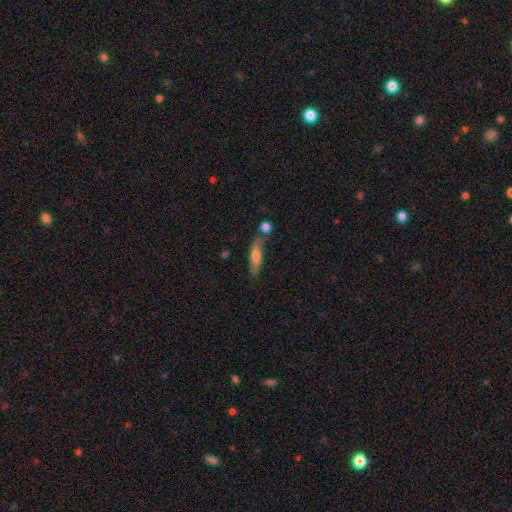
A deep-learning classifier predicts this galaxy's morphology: The model was most divided on "smooth or featured": smooth: 57%, featured or disk: 35%, star or artifact: 8%. More confident: how rounded — cigar-shaped (67%); merging — none (60%).